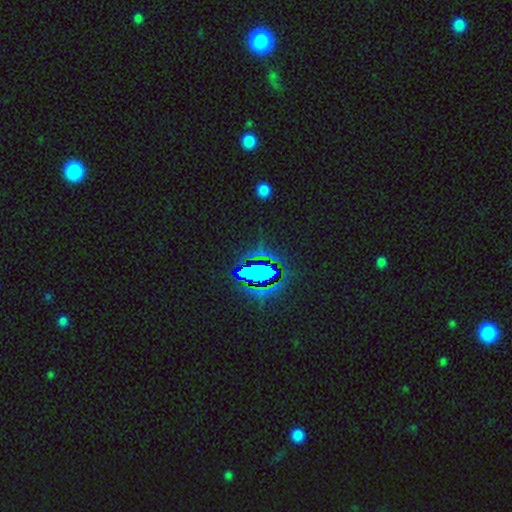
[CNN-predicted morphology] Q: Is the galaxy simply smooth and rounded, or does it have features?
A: star or artifact — 78%.